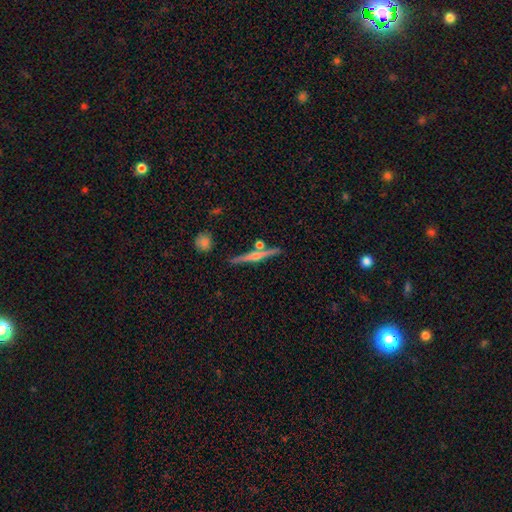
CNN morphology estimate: Q: Smooth or featured?
A: featured or disk (67%); runner-up: smooth (26%)
Q: Edge-on disk?
A: yes (97%); runner-up: no (3%)
Q: Edge-on bulge?
A: rounded (77%); runner-up: none (15%)
Q: Merging?
A: none (81%); runner-up: merger (8%)